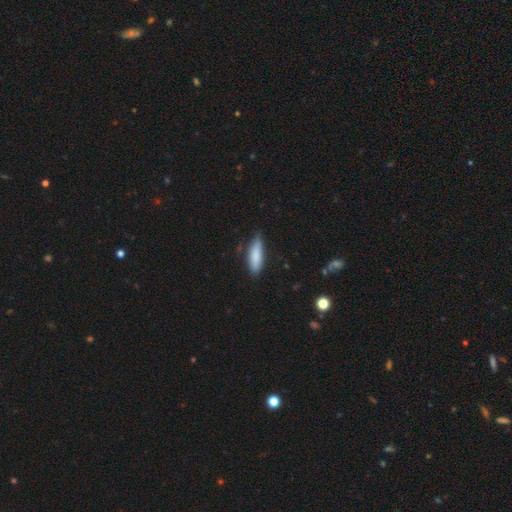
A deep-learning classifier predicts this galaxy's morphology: A smooth galaxy with no disk features (84%) that is cigar-shaped (53%).

Vote fractions:
- Smooth or featured? smooth: 84% / featured or disk: 11% / star or artifact: 6%
- How rounded? cigar-shaped: 53% / in between: 46% / round: 2%
- Merging? none: 74% / minor disturbance: 21% / major disturbance: 3% / merger: 2%